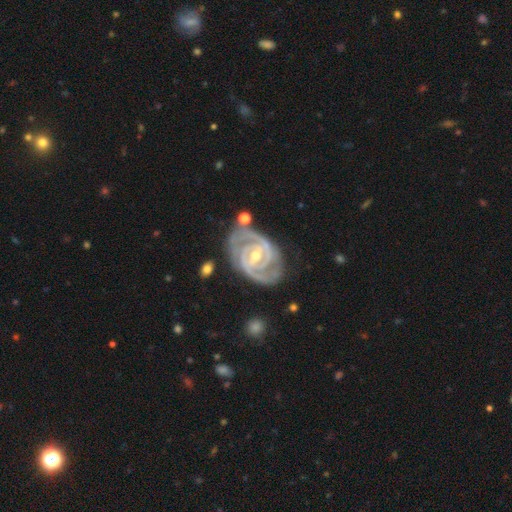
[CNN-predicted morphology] type=featured or disk (93%); edge-on=no (97%); bar=weak (44%); spiral arms=yes (98%); winding=tight (74%); arm count=2 (68%); bulge=moderate (50%); merging=none (72%).